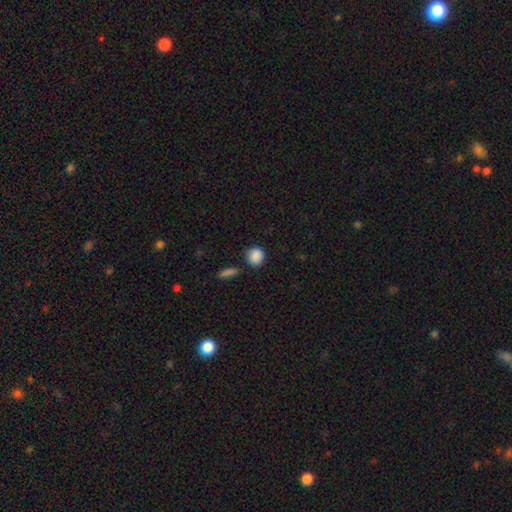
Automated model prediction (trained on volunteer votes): Smooth or featured: smooth — 88% (star or artifact — 8%)
How rounded: round — 76% (in between — 23%)
Merging: none — 79% (minor disturbance — 13%)